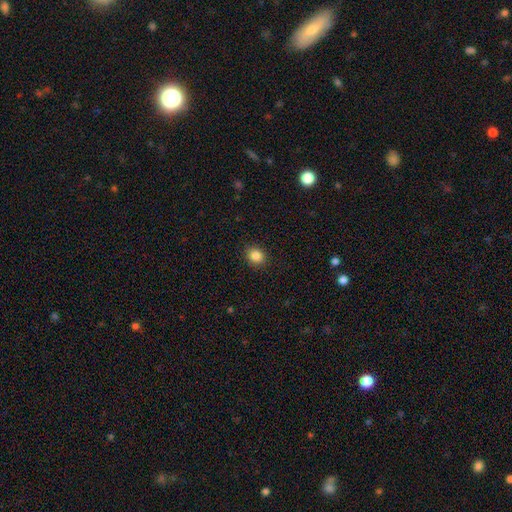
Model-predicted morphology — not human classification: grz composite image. It shows a smooth galaxy with no disk features (86%) that is round (64%). Merging: none (90%).